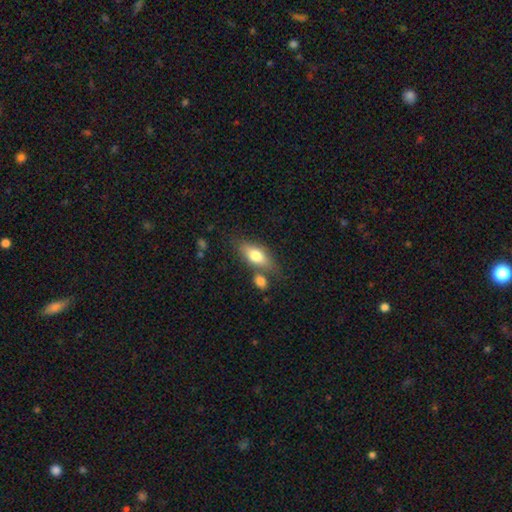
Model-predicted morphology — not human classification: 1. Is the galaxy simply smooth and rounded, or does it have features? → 71% smooth, 22% featured or disk, 7% star or artifact.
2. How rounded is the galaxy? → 76% in between, 20% cigar-shaped, 4% round.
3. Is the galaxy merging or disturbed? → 61% none, 19% merger, 15% minor disturbance, 5% major disturbance.